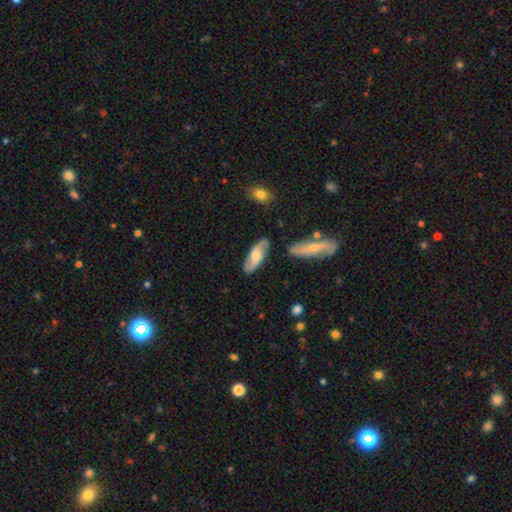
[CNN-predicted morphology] Smooth or featured? featured or disk (57%)
Edge-on disk? no (85%)
Merging? none (80%)